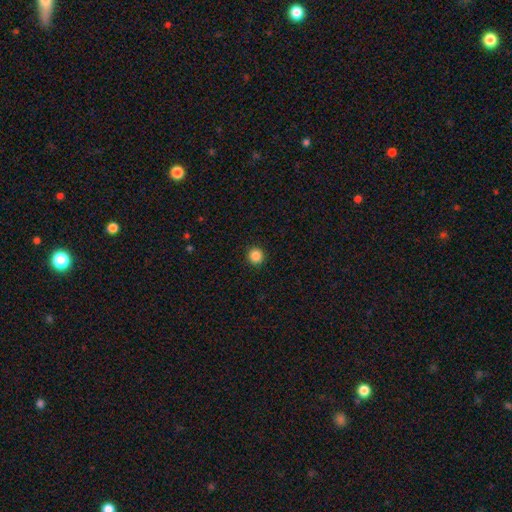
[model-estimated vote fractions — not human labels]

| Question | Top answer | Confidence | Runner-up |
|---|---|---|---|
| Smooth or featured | smooth | 86% | star or artifact (11%) |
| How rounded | round | 96% | in between (3%) |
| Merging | none | 93% | minor disturbance (4%) |